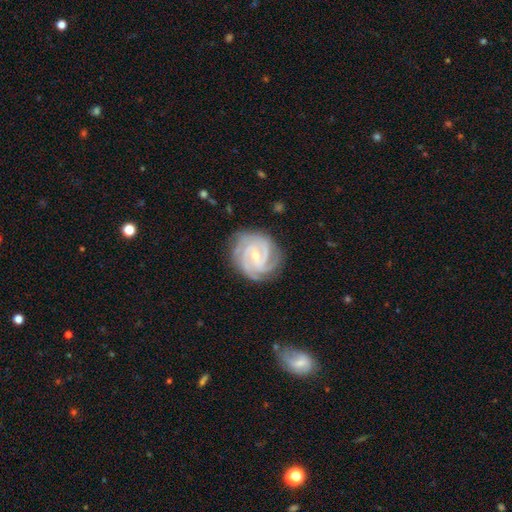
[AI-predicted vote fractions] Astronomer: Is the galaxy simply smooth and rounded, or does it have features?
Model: featured or disk — 91%.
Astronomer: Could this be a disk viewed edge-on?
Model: no — 98%.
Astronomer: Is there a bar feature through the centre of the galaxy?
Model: weak — 45% (runner-up: no, 38%).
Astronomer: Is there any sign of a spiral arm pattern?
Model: yes — 99%.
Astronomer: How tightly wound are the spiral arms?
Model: tight — 73%.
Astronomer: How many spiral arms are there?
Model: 3 — 46% (runner-up: 4, 27%).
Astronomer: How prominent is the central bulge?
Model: small — 60% (runner-up: moderate, 38%).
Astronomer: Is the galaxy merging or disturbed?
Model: none — 81%.